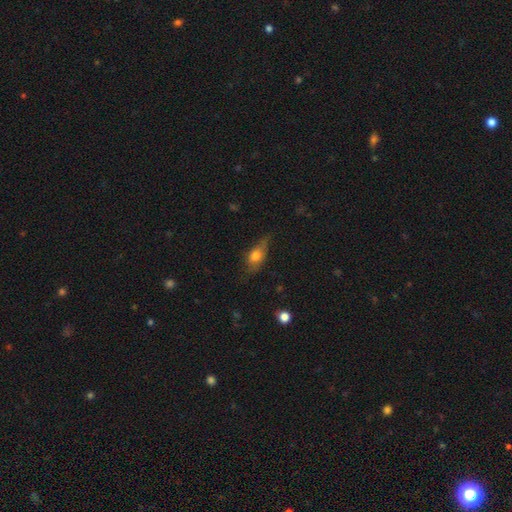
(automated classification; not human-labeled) Smooth or featured: smooth — 67% (featured or disk — 24%)
How rounded: in between — 75% (cigar-shaped — 14%)
Merging: none — 51% (minor disturbance — 34%)